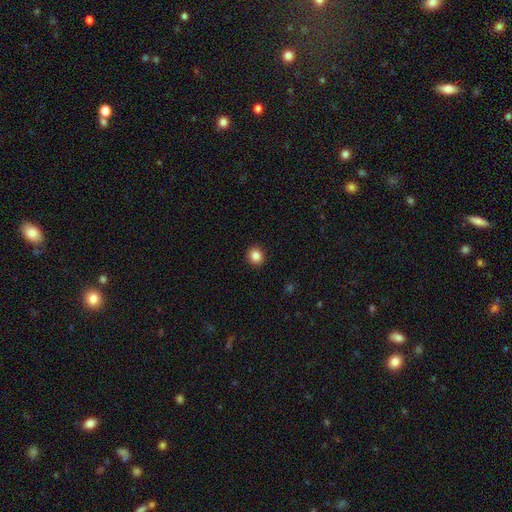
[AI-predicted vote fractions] smooth 86%, star or artifact 10%, featured or disk 4%. Down the decision tree: how rounded — round (79%); merging — none (92%).